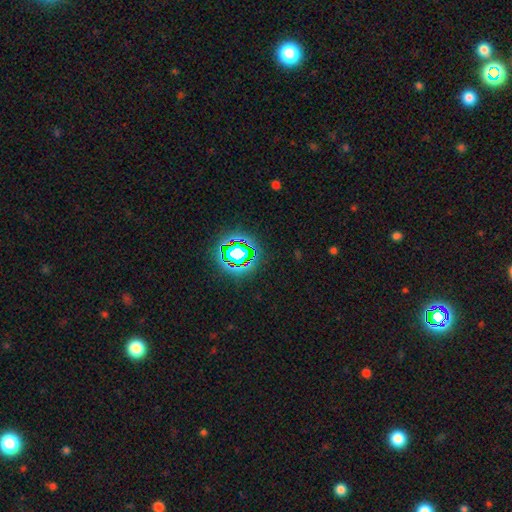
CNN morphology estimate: A star or artifact, not a galaxy (75%).

Vote fractions:
- Smooth or featured? star or artifact: 75% / smooth: 16% / featured or disk: 9%